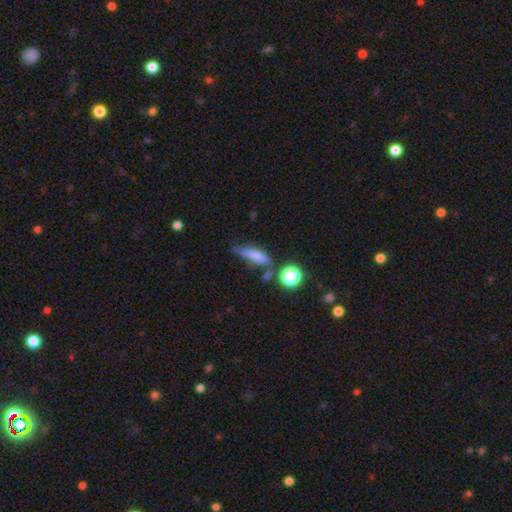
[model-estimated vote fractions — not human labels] A smooth galaxy with no disk features (67%) that is cigar-shaped (61%). Merging: none (49%).